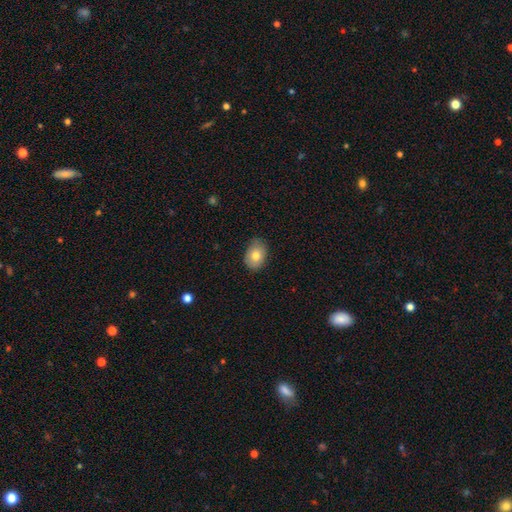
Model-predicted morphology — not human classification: The model was most divided on "how rounded": in between: 74%, round: 25%, cigar-shaped: 1%. More confident: smooth or featured — smooth (77%); merging — none (74%).